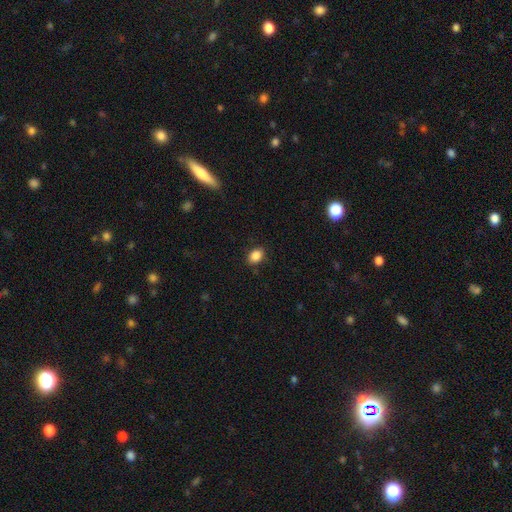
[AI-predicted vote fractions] A smooth galaxy with no disk features (87%) that is in between round and cigar-shaped (69%). Merging: none (87%).